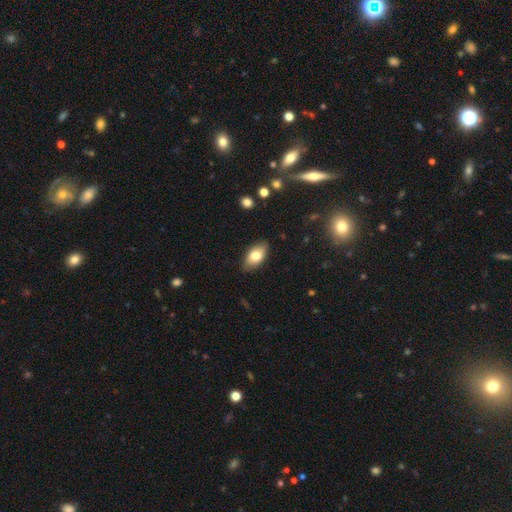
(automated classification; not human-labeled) Q: Smooth or featured?
A: smooth (77%); runner-up: featured or disk (16%)
Q: How rounded?
A: in between (92%); runner-up: round (4%)
Q: Merging?
A: none (85%); runner-up: minor disturbance (12%)